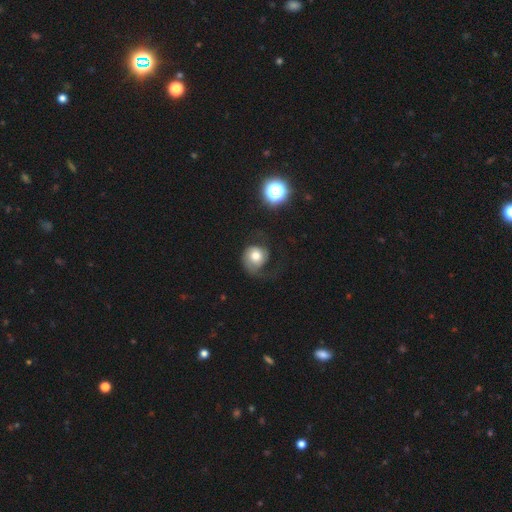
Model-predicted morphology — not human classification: smooth_or_featured: smooth (p=0.50) [alt: featured or disk p=0.40]
how_rounded: round (p=0.78) [alt: in between p=0.21]
merging: none (p=0.39) [alt: major disturbance p=0.37]